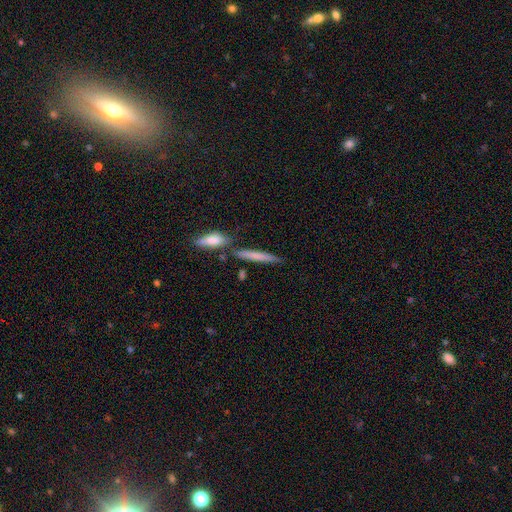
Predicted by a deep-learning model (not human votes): Smooth or featured: smooth — 68% (featured or disk — 25%)
How rounded: cigar-shaped — 90% (in between — 8%)
Merging: none — 72% (merger — 15%)